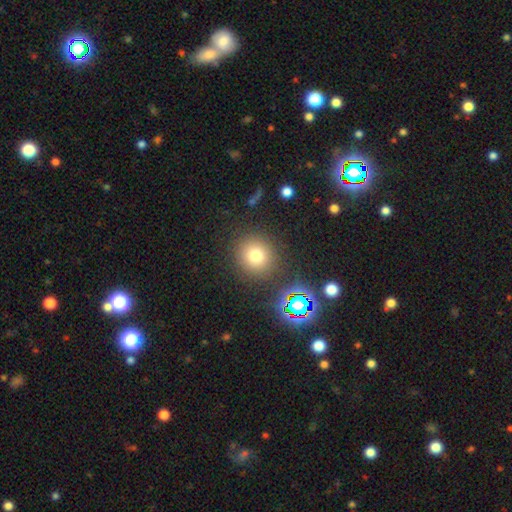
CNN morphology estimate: Smooth or featured: smooth — 73% (star or artifact — 18%)
How rounded: round — 91% (in between — 8%)
Merging: none — 86% (minor disturbance — 7%)